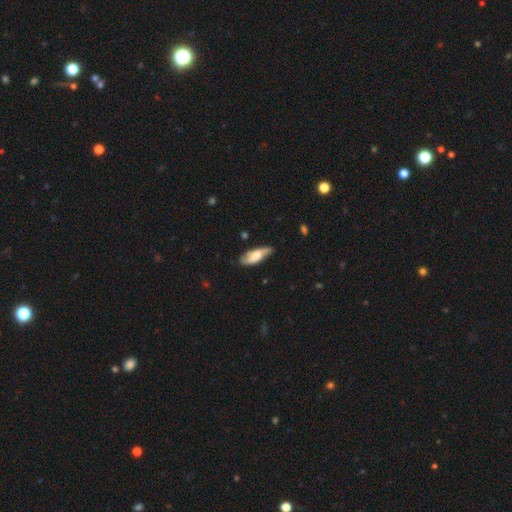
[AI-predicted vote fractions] The model was most divided on "smooth or featured": smooth: 51%, featured or disk: 43%, star or artifact: 7%. More confident: merging — none (67%); how rounded — in between (62%).